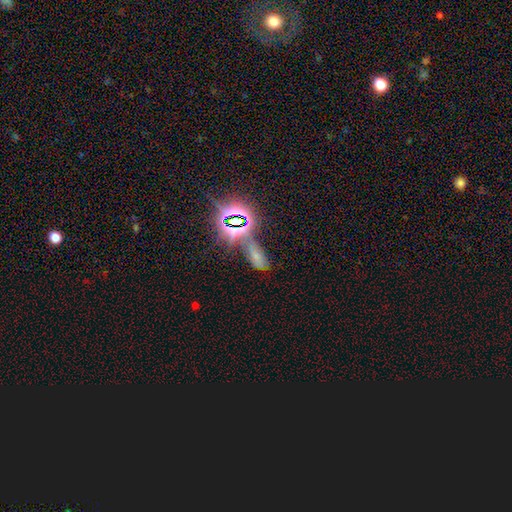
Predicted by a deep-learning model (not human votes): star or artifact 64%, smooth 21%, featured or disk 15%.